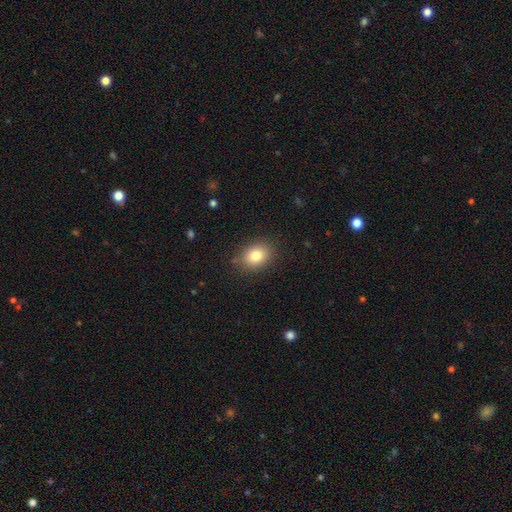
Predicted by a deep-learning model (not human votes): Smooth or featured: smooth — 82% (star or artifact — 10%)
How rounded: in between — 65% (round — 34%)
Merging: none — 84% (minor disturbance — 12%)